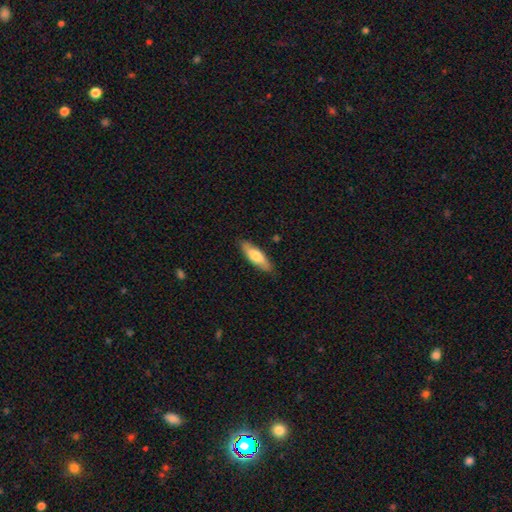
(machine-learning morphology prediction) Smooth or featured?
  - smooth: 70% *
  - featured or disk: 25%
  - star or artifact: 5%
How rounded?
  - in between: 52% *
  - cigar-shaped: 47%
  - round: 2%
Merging?
  - none: 85% *
  - minor disturbance: 12%
  - major disturbance: 2%
  - merger: 1%